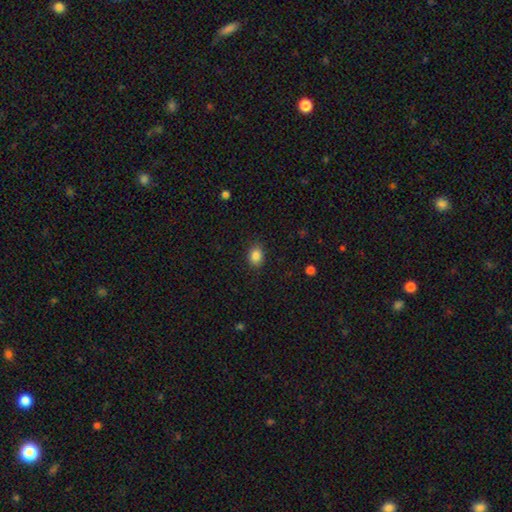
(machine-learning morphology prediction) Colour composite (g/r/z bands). It shows a smooth galaxy with no disk features (85%) that is in between round and cigar-shaped (61%). Merging: none (87%).